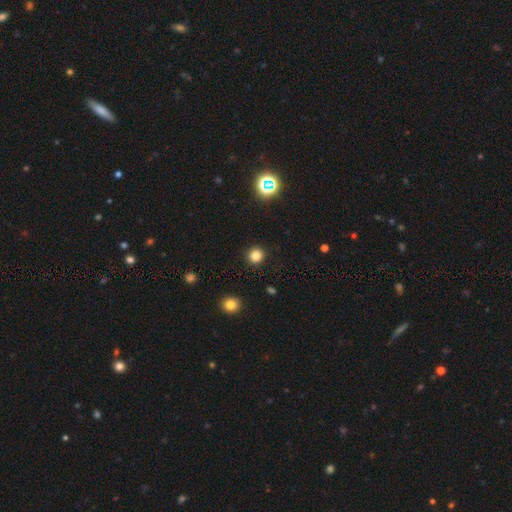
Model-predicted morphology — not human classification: Smooth or featured? Predicted: smooth (p=0.80). How rounded? Predicted: round (p=0.93). Merging? Predicted: none (p=0.92).